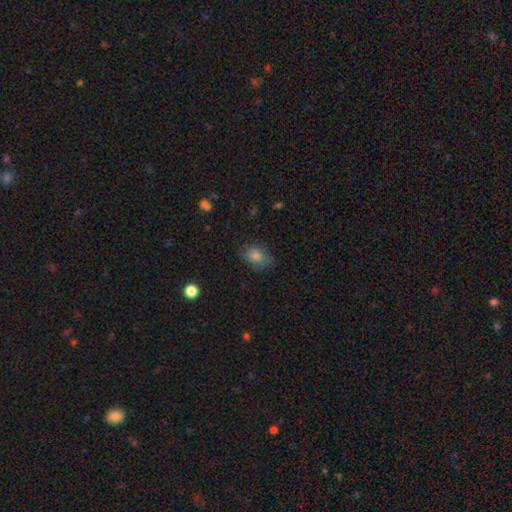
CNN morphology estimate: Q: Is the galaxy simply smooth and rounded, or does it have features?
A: smooth — 79%.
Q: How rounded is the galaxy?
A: in between — 71%.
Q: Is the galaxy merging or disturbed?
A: none — 76%.